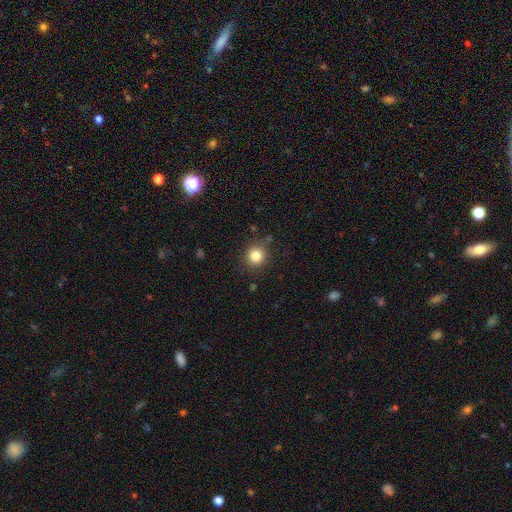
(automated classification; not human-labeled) Morphology: type=smooth (82%); roundness=round (91%); merging=none (86%).